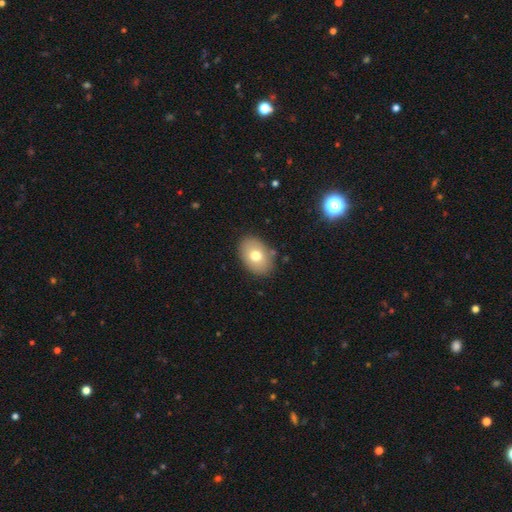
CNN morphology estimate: Smooth or featured?
  - smooth: 74% *
  - featured or disk: 18%
  - star or artifact: 8%
How rounded?
  - in between: 81% *
  - round: 18%
  - cigar-shaped: 1%
Merging?
  - none: 85% *
  - minor disturbance: 11%
  - major disturbance: 3%
  - merger: 2%